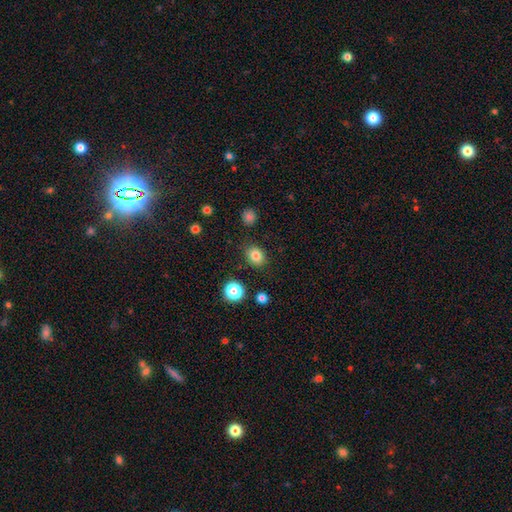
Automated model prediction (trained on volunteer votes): A smooth galaxy with no disk features (82%) that is round (52%). Merging: none (84%).